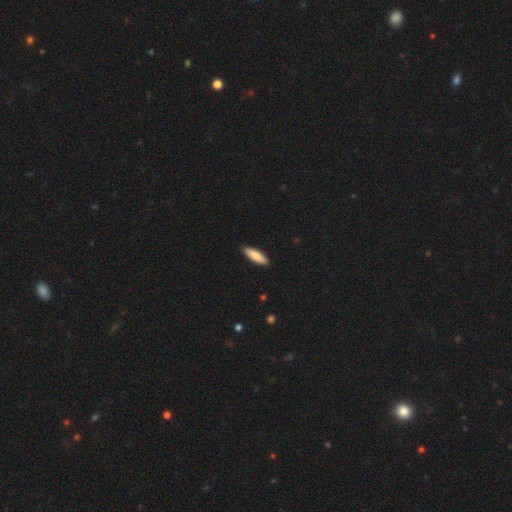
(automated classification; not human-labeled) smooth-or-featured: smooth: 84% | featured or disk: 11% | star or artifact: 5%
  how-rounded: cigar-shaped: 57% | in between: 42% | round: 2%
  merging: none: 90% | minor disturbance: 7% | major disturbance: 1% | merger: 1%